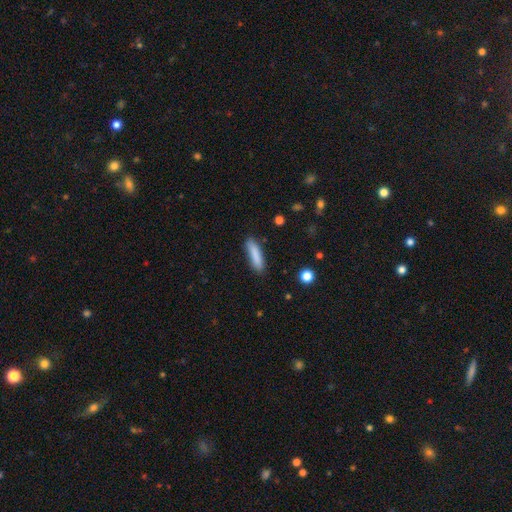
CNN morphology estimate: A smooth galaxy with no disk features (85%) that is cigar-shaped (77%).

Vote fractions:
- Smooth or featured? smooth: 85% / featured or disk: 8% / star or artifact: 7%
- How rounded? cigar-shaped: 77% / in between: 21% / round: 1%
- Merging? none: 83% / minor disturbance: 13% / major disturbance: 3% / merger: 2%